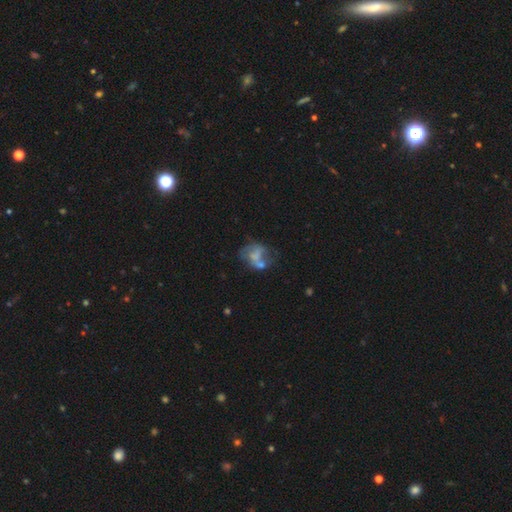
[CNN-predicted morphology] smooth_or_featured: featured or disk (p=0.48) [alt: smooth p=0.40]
merging: merger (p=0.30) [alt: none p=0.28]